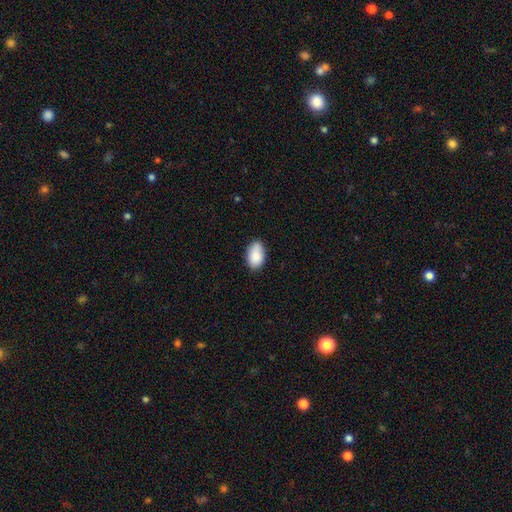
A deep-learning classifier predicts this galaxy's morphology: Smooth or featured?
  - smooth: 88% *
  - star or artifact: 7%
  - featured or disk: 6%
How rounded?
  - in between: 92% *
  - round: 6%
  - cigar-shaped: 1%
Merging?
  - none: 80% *
  - minor disturbance: 16%
  - major disturbance: 2%
  - merger: 1%